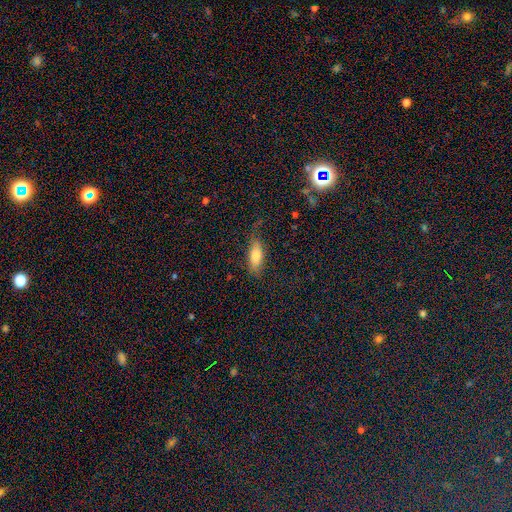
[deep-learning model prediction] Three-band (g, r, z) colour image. It shows a smooth galaxy with no disk features (77%) that is in between round and cigar-shaped (71%). Merging: none (69%).